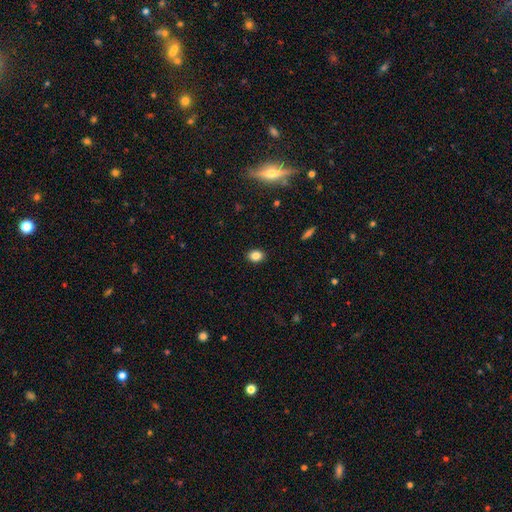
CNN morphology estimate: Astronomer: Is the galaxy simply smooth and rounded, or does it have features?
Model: smooth — 85%.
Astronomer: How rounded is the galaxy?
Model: in between — 58% (runner-up: round, 40%).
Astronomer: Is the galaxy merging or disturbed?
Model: none — 90%.